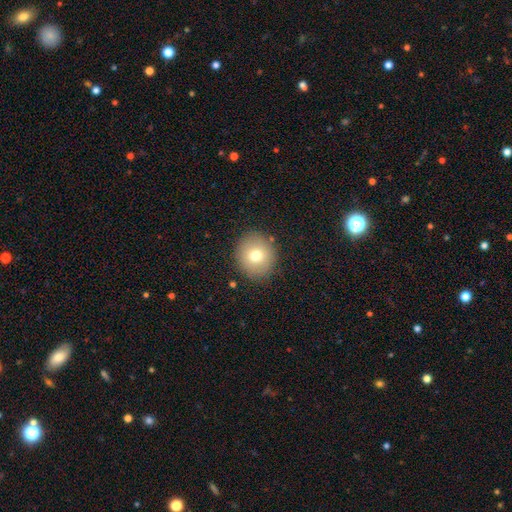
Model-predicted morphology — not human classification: A smooth galaxy with no disk features (74%) that is round (81%).

Vote fractions:
- Smooth or featured? smooth: 74% / featured or disk: 15% / star or artifact: 11%
- How rounded? round: 81% / in between: 18% / cigar-shaped: 1%
- Merging? none: 87% / minor disturbance: 8% / major disturbance: 3% / merger: 1%